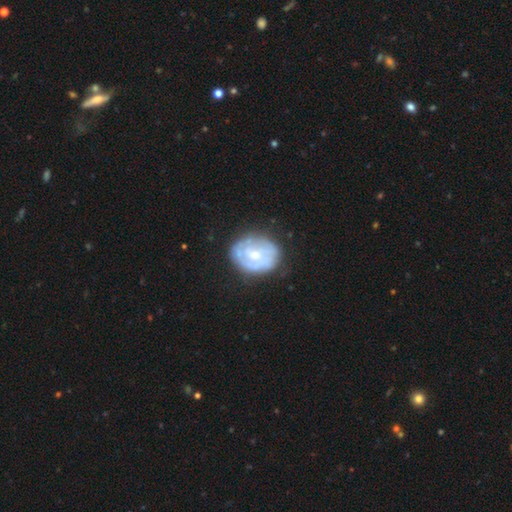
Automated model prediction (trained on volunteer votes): The model was most divided on "bulge size": moderate: 53%, small: 41%, large: 3%, none: 2%, dominant: 1%. More confident: edge-on disk — no (97%); bar — no (68%); smooth or featured — featured or disk (66%); merging — none (66%); spiral arms — yes (58%).